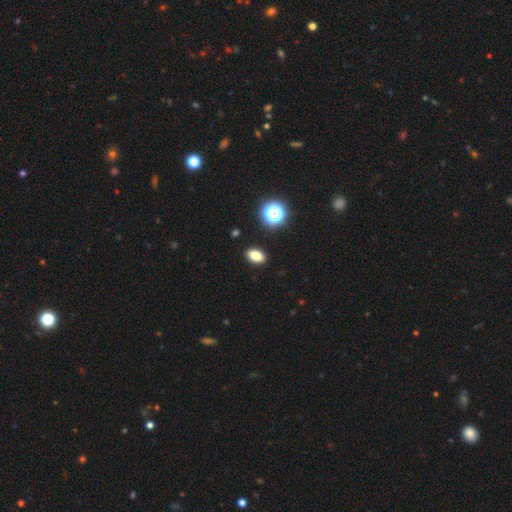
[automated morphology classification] The model was most divided on "smooth or featured": smooth: 79%, star or artifact: 13%, featured or disk: 8%. More confident: merging — none (90%); how rounded — in between (85%).